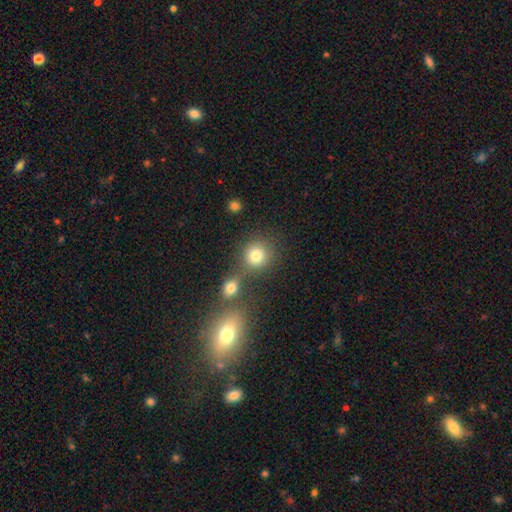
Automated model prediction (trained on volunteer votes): Smooth or featured? Predicted: smooth (p=0.80). How rounded? Predicted: round (p=0.86). Merging? Predicted: none (p=0.62).